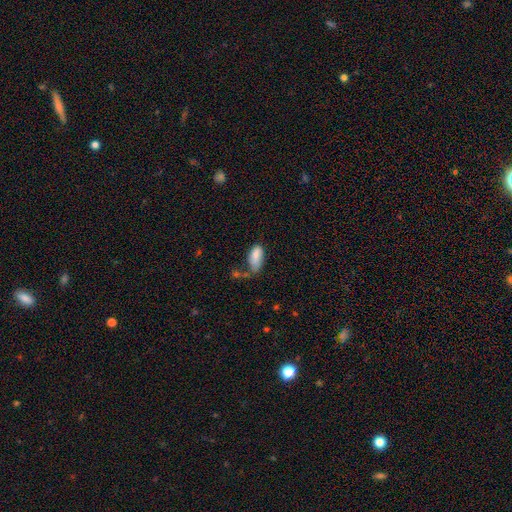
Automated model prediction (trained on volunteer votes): Morphology: type=smooth (83%); roundness=in between (91%); merging=none (36%).